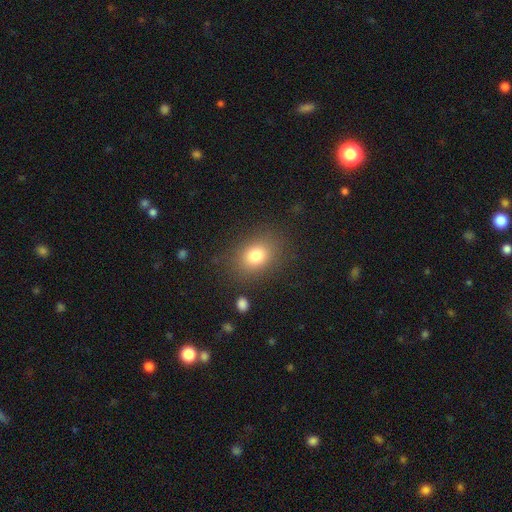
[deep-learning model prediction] Q: Smooth or featured?
A: smooth (79%); runner-up: star or artifact (11%)
Q: How rounded?
A: in between (63%); runner-up: round (35%)
Q: Merging?
A: none (82%); runner-up: minor disturbance (11%)